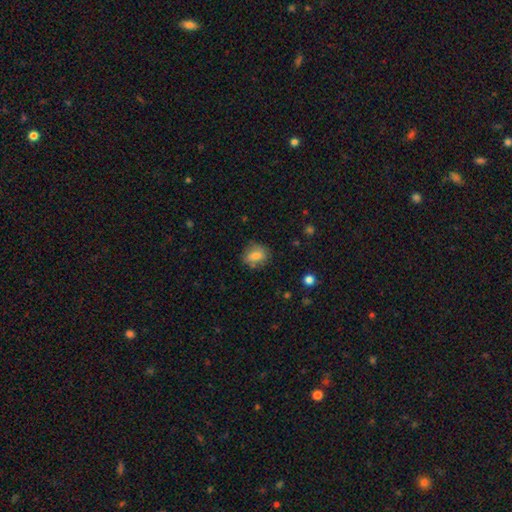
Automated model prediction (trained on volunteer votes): Smooth or featured? Predicted: smooth (p=0.77). How rounded? Predicted: in between (p=0.53). Merging? Predicted: none (p=0.72).